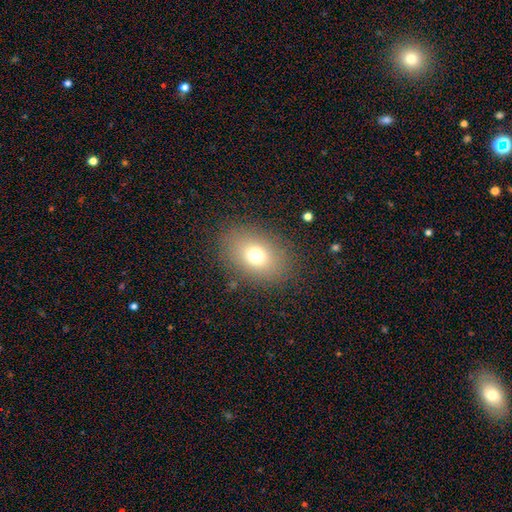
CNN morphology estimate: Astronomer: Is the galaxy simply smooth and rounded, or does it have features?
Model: smooth — 73%.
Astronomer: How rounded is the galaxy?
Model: in between — 69%.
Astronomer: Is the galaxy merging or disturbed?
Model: none — 84%.